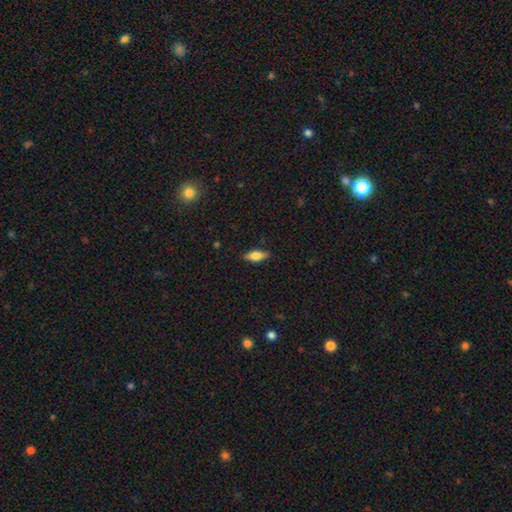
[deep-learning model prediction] smooth 65%, featured or disk 28%, star or artifact 7%. Down the decision tree: how rounded — in between (69%); merging — none (86%).